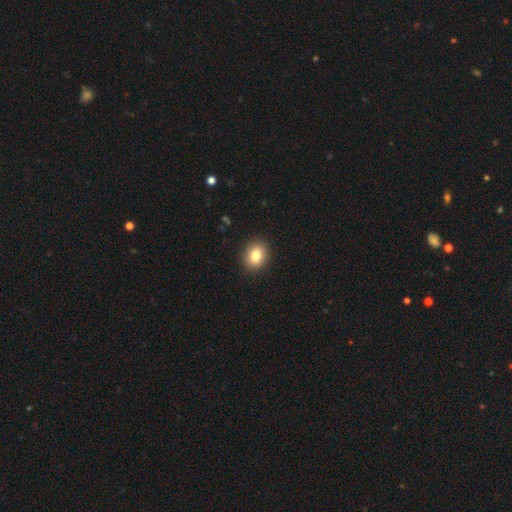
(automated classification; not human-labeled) Morphology: type=smooth (82%); roundness=round (54%); merging=none (91%).